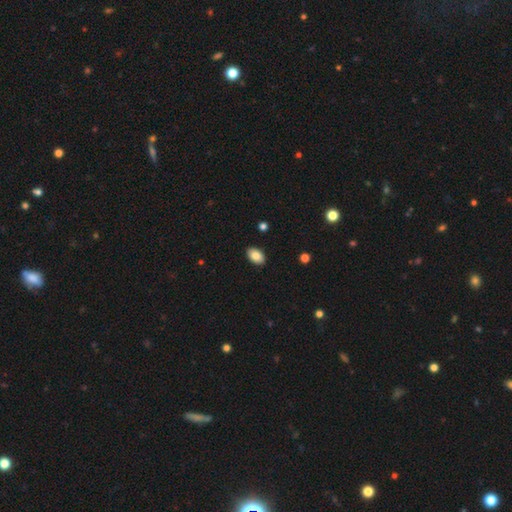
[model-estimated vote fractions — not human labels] This is clearly a smooth galaxy (86%). How rounded: clearly in between (91%). Merging: clearly none (90%).